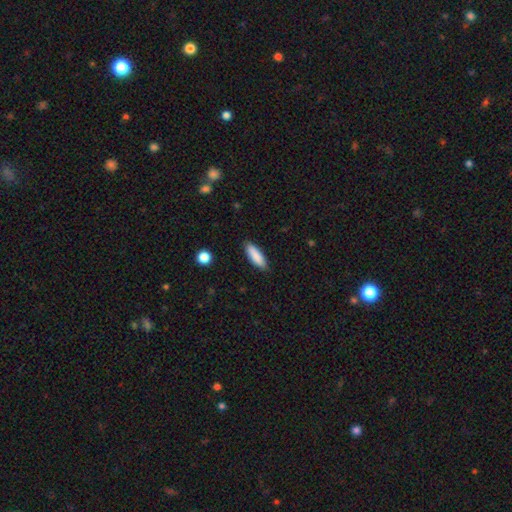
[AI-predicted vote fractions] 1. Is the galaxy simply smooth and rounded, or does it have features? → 88% smooth, 6% featured or disk, 6% star or artifact.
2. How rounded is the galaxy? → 53% in between, 46% cigar-shaped, 2% round.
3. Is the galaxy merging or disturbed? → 87% none, 10% minor disturbance, 2% major disturbance, 1% merger.